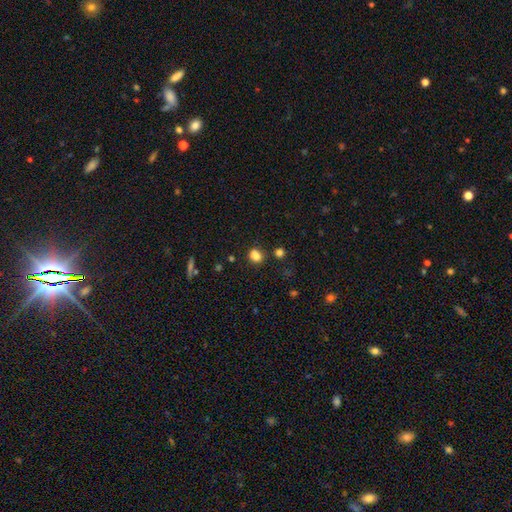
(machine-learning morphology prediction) Q: Smooth or featured?
A: smooth (77%); runner-up: star or artifact (15%)
Q: How rounded?
A: round (65%); runner-up: in between (34%)
Q: Merging?
A: none (58%); runner-up: merger (23%)